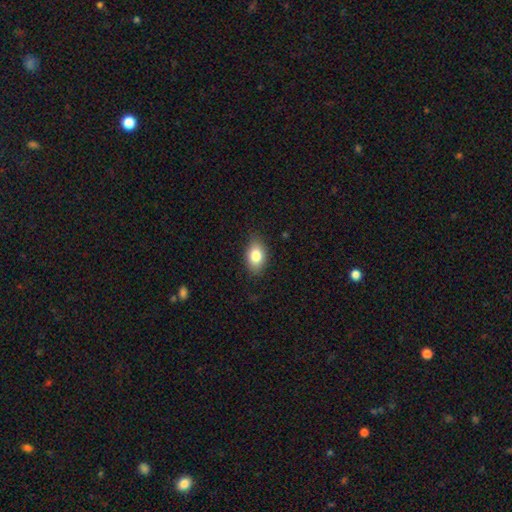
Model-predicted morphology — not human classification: type=smooth (81%); roundness=in between (84%); merging=none (83%).